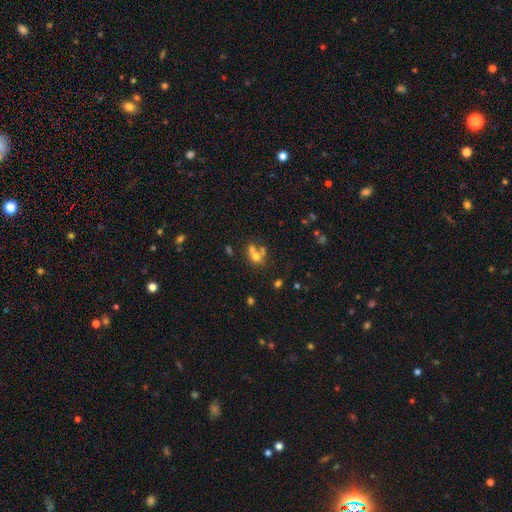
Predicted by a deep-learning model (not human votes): This appears to be a smooth galaxy with no disk features (60%) that is round (51%). Merging: merger (51%).